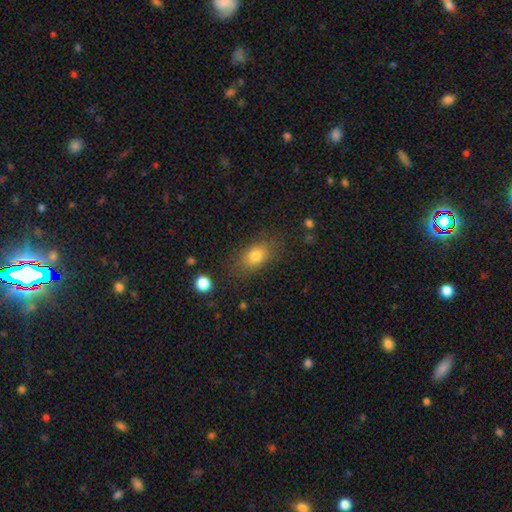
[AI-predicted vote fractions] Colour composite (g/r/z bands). It shows a smooth galaxy with no disk features (79%) that is in between round and cigar-shaped (79%). Merging: none (77%).